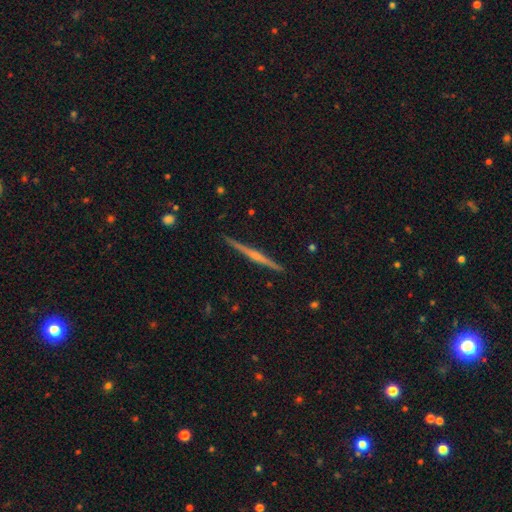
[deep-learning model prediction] Q: Smooth or featured?
A: featured or disk (74%); runner-up: smooth (21%)
Q: Edge-on disk?
A: yes (99%); runner-up: no (1%)
Q: Edge-on bulge?
A: rounded (53%); runner-up: none (33%)
Q: Merging?
A: none (92%); runner-up: minor disturbance (6%)